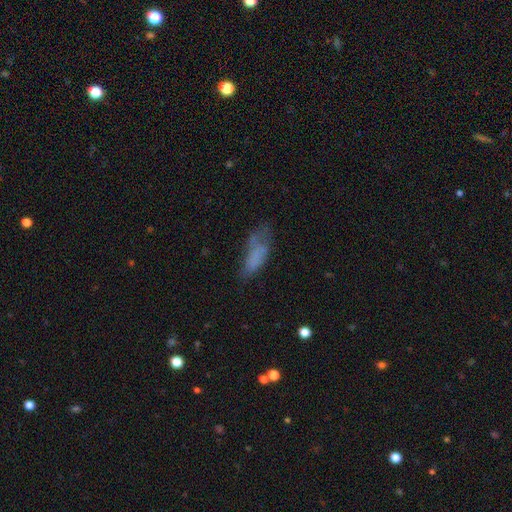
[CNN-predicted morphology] smooth_or_featured: smooth (p=0.62) [alt: featured or disk p=0.26]
how_rounded: in between (p=0.68) [alt: cigar-shaped p=0.30]
merging: none (p=0.39) [alt: minor disturbance p=0.28]